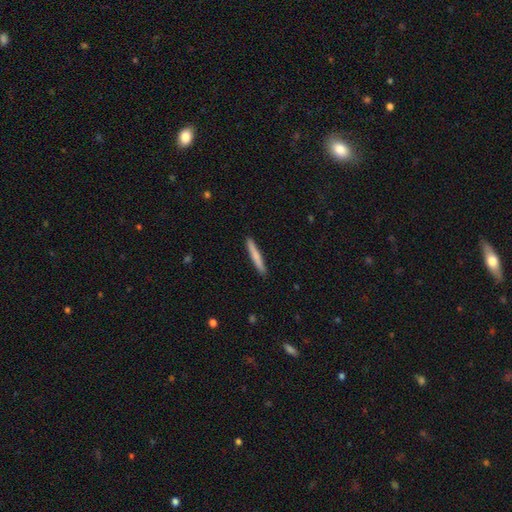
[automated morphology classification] This appears to be a smooth galaxy with no disk features (72%) that is cigar-shaped (96%). Merging: none (91%).